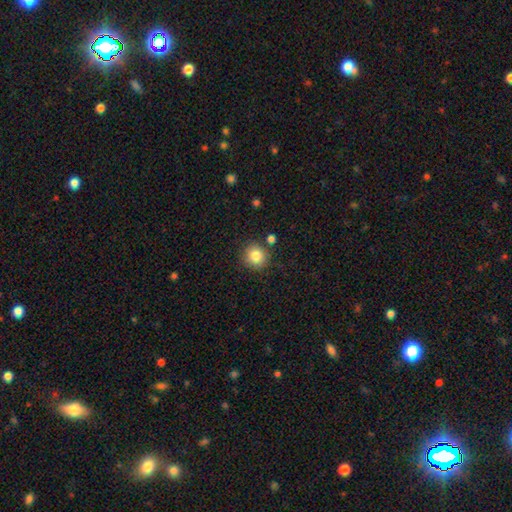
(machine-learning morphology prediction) Smooth or featured: smooth — 83% (star or artifact — 10%)
How rounded: round — 90% (in between — 9%)
Merging: none — 84% (minor disturbance — 9%)